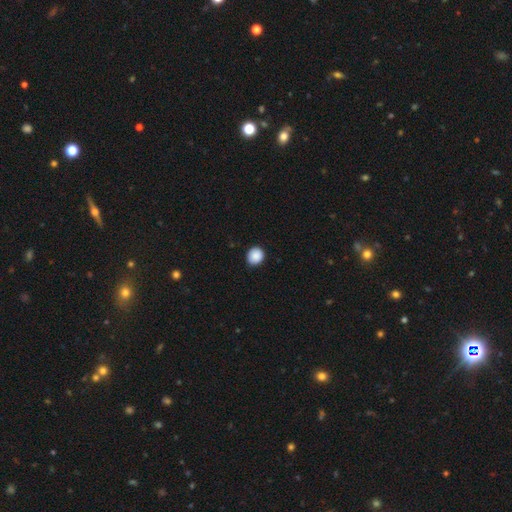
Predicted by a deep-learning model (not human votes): Q: Smooth or featured?
A: smooth (89%); runner-up: star or artifact (8%)
Q: How rounded?
A: round (84%); runner-up: in between (15%)
Q: Merging?
A: none (87%); runner-up: minor disturbance (10%)